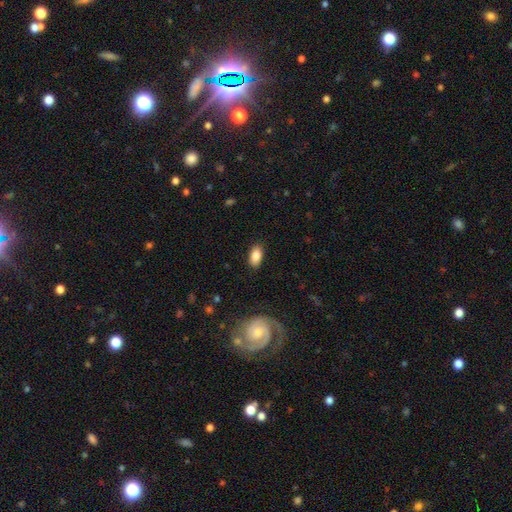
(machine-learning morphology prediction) smooth_or_featured: smooth (p=0.86) [alt: star or artifact p=0.07]
how_rounded: in between (p=0.92) [alt: round p=0.05]
merging: none (p=0.85) [alt: minor disturbance p=0.11]